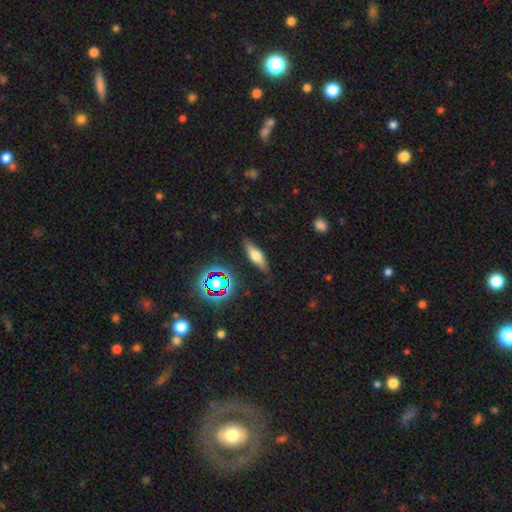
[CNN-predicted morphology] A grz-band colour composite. It shows a smooth galaxy with no disk features (51%) that is cigar-shaped (50%). Merging: none (83%).